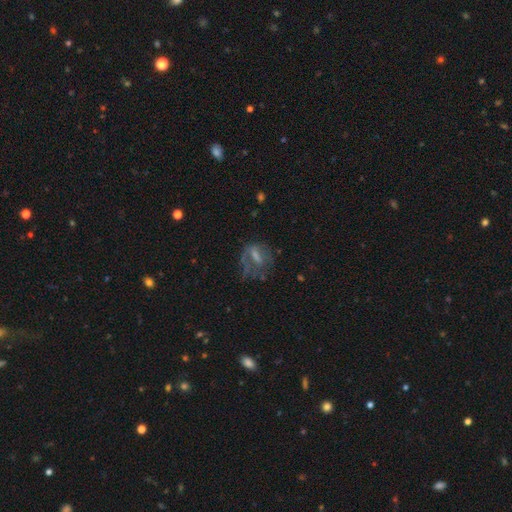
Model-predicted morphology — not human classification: Q: Smooth or featured?
A: featured or disk (50%); runner-up: smooth (30%)
Q: Merging?
A: none (49%); runner-up: major disturbance (28%)